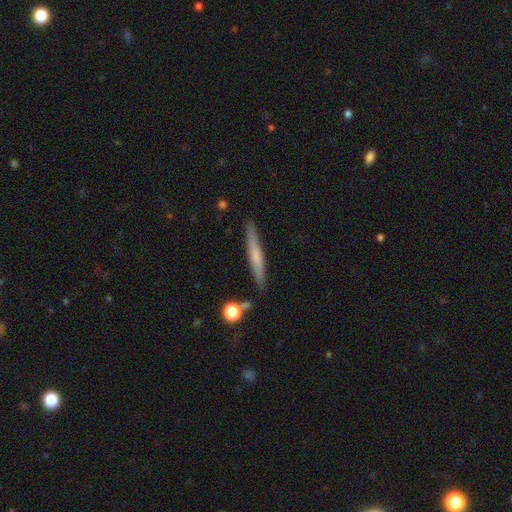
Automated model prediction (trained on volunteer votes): smooth 53%, featured or disk 41%, star or artifact 6%. Down the decision tree: how rounded — cigar-shaped (95%); merging — none (86%).